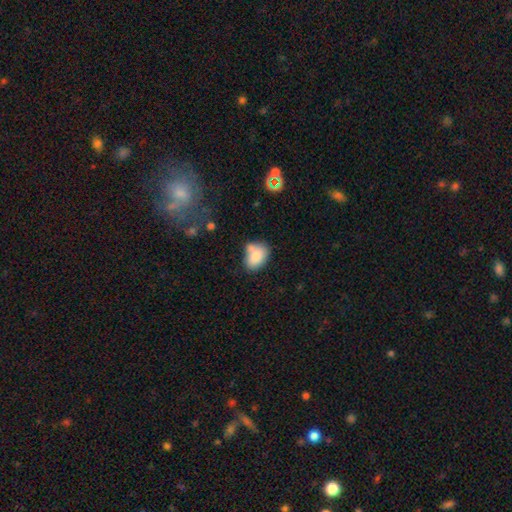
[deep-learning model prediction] Smooth or featured?
  - smooth: 81% *
  - featured or disk: 11%
  - star or artifact: 8%
How rounded?
  - in between: 78% *
  - round: 21%
  - cigar-shaped: 1%
Merging?
  - none: 48% *
  - merger: 25%
  - minor disturbance: 21%
  - major disturbance: 6%